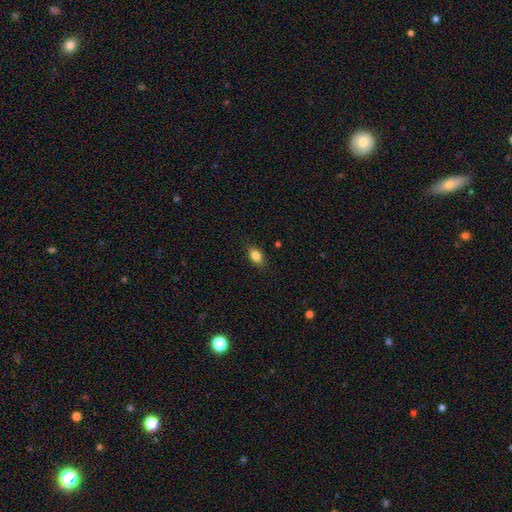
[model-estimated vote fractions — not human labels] Q: Smooth or featured?
A: smooth (82%); runner-up: featured or disk (9%)
Q: How rounded?
A: in between (84%); runner-up: round (12%)
Q: Merging?
A: none (85%); runner-up: minor disturbance (12%)